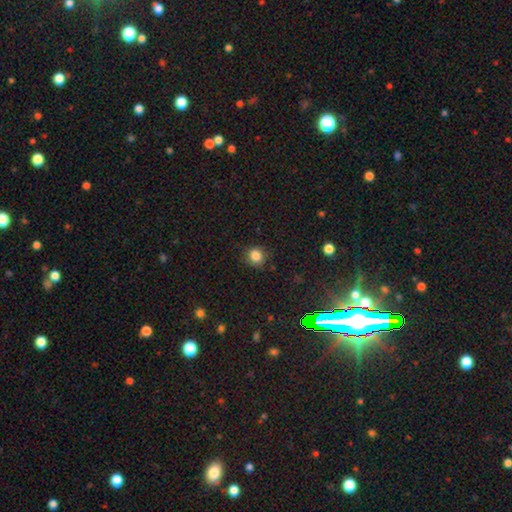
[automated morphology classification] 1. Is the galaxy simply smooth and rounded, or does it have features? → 83% smooth, 12% star or artifact, 5% featured or disk.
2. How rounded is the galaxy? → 81% round, 18% in between, 1% cigar-shaped.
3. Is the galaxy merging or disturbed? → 81% none, 14% minor disturbance, 4% major disturbance, 1% merger.